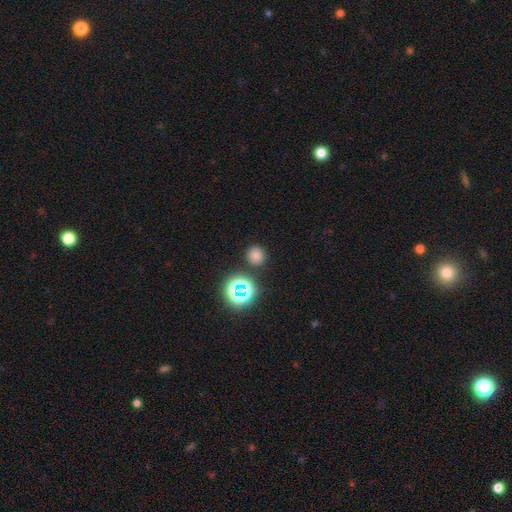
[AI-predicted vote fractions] Smooth or featured? Predicted: smooth (p=0.70). How rounded? Predicted: round (p=0.89). Merging? Predicted: none (p=0.87).